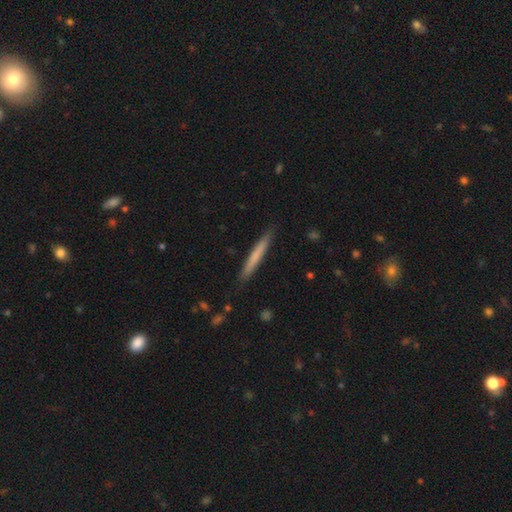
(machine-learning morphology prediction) smooth_or_featured: smooth (p=0.67) [alt: featured or disk p=0.28]
how_rounded: cigar-shaped (p=0.97) [alt: in between p=0.02]
merging: none (p=0.89) [alt: minor disturbance p=0.08]